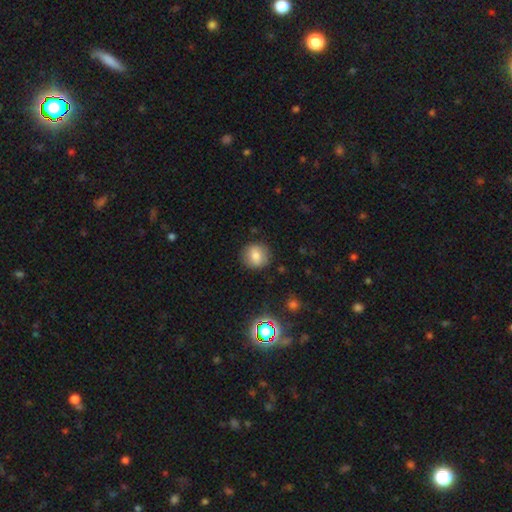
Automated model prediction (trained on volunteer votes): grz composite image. It shows a smooth galaxy with no disk features (77%) that is round (89%). Merging: none (87%).